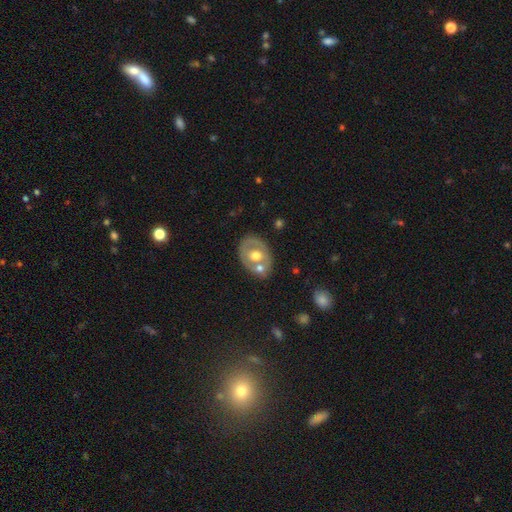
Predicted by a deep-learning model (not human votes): This appears to be a featured or disk galaxy (52%). Merging: none (52%).